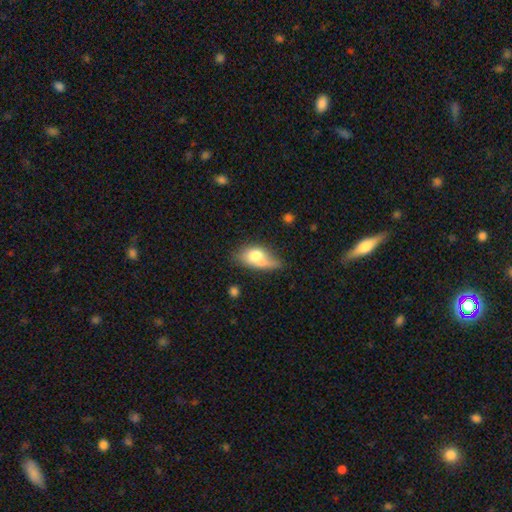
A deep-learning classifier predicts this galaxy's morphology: Q: Smooth or featured?
A: smooth (70%); runner-up: featured or disk (22%)
Q: How rounded?
A: in between (81%); runner-up: round (12%)
Q: Merging?
A: none (33%); tied with: minor disturbance (33%)